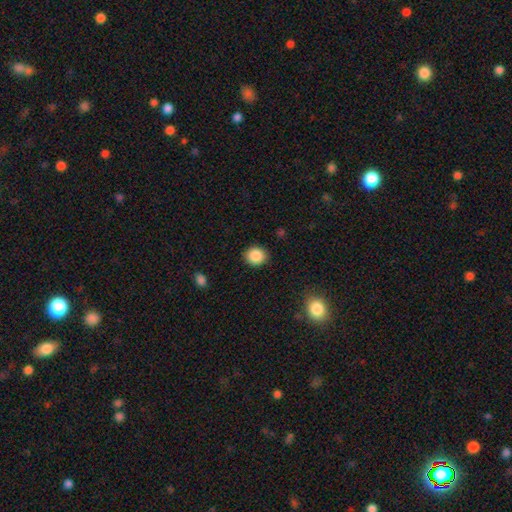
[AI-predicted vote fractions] A smooth galaxy with no disk features (87%) that is round (75%).

Vote fractions:
- Smooth or featured? smooth: 87% / star or artifact: 9% / featured or disk: 4%
- How rounded? round: 75% / in between: 24% / cigar-shaped: 1%
- Merging? none: 88% / minor disturbance: 8% / major disturbance: 2% / merger: 1%